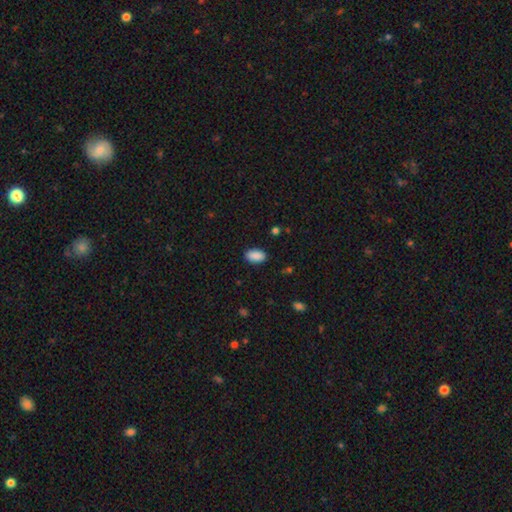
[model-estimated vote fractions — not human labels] Smooth or featured?
  - smooth: 90% *
  - star or artifact: 7%
  - featured or disk: 3%
How rounded?
  - in between: 93% *
  - round: 5%
  - cigar-shaped: 2%
Merging?
  - none: 88% *
  - minor disturbance: 9%
  - major disturbance: 2%
  - merger: 1%